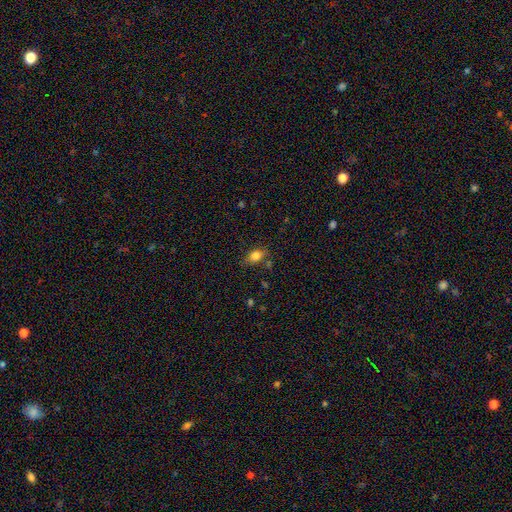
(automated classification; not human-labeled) smooth 81%, star or artifact 10%, featured or disk 9%. Down the decision tree: how rounded — in between (78%); merging — none (70%).